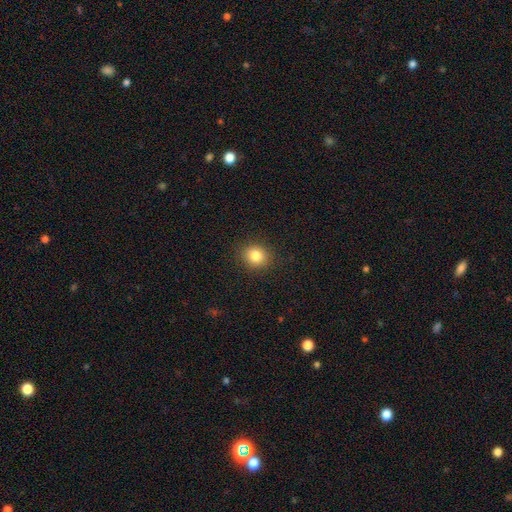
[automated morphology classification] A smooth galaxy with no disk features (83%) that is round (76%). Merging: none (90%).